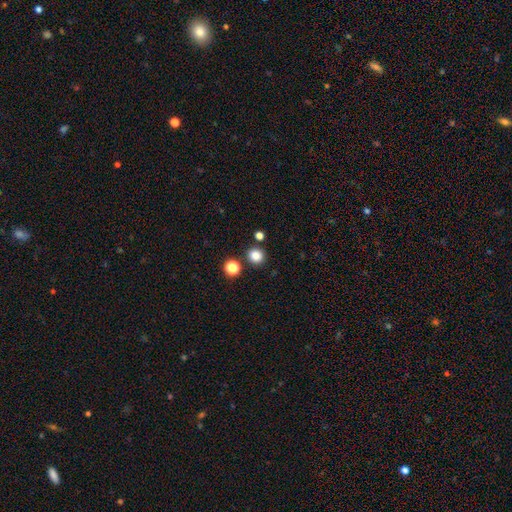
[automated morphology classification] Smooth or featured? smooth (83%)
How rounded? round (88%)
Merging? none (86%)